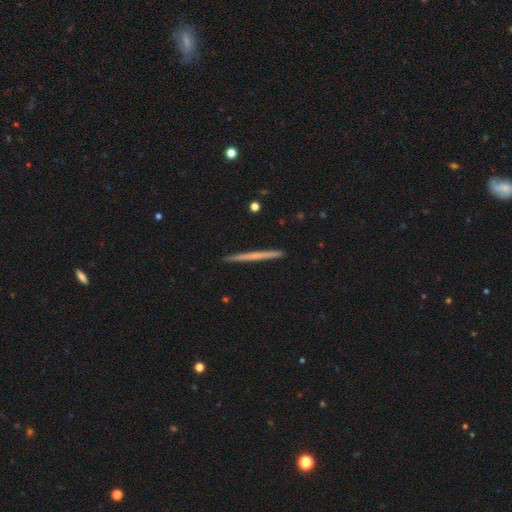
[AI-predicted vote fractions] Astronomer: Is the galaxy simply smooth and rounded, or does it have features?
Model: smooth — 48% (runner-up: featured or disk, 47%).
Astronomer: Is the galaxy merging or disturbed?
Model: none — 93%.